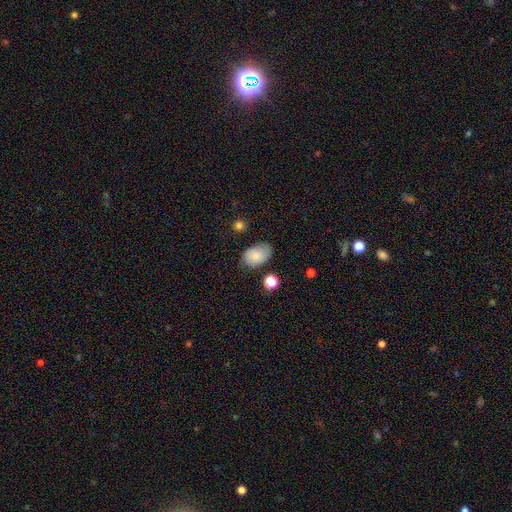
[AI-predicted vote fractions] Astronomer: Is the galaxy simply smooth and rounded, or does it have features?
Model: smooth — 79%.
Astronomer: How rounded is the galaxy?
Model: in between — 86%.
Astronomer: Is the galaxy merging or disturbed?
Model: none — 69%.